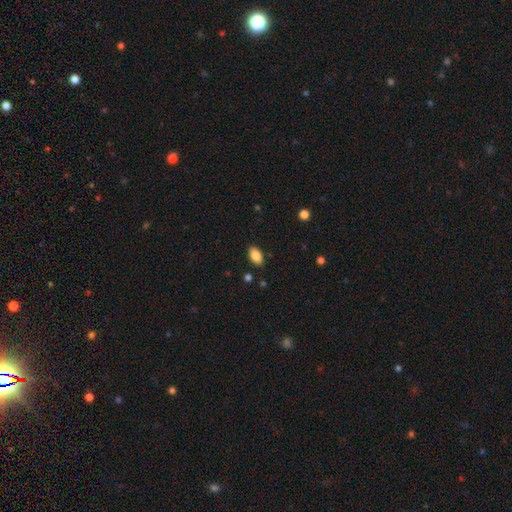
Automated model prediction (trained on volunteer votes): This is clearly a smooth galaxy (86%). How rounded: clearly in between (93%). Merging: clearly none (88%).